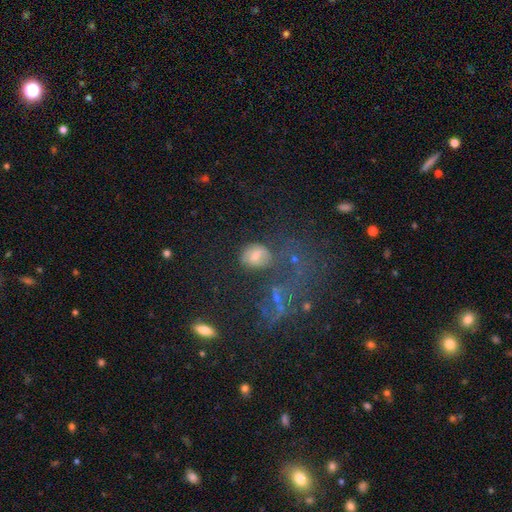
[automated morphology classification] Smooth or featured: smooth — 55% (featured or disk — 23%)
How rounded: round — 53% (in between — 45%)
Merging: none — 58% (minor disturbance — 19%)